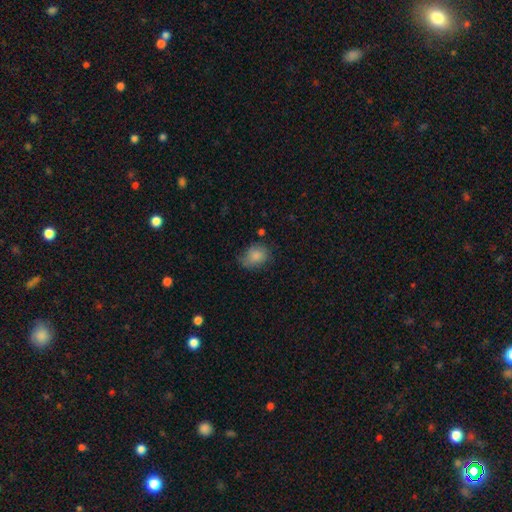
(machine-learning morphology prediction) Smooth or featured?
  - smooth: 83% *
  - star or artifact: 9%
  - featured or disk: 9%
How rounded?
  - in between: 58% *
  - round: 41%
  - cigar-shaped: 1%
Merging?
  - none: 58% *
  - minor disturbance: 30%
  - major disturbance: 9%
  - merger: 3%